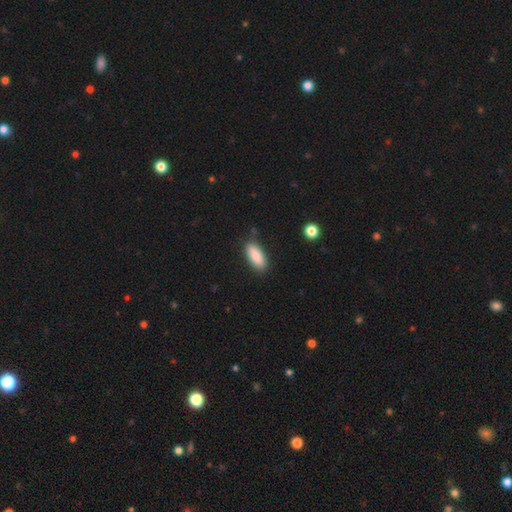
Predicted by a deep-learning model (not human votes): smooth_or_featured: smooth (p=0.88) [alt: star or artifact p=0.06]
how_rounded: in between (p=0.79) [alt: cigar-shaped p=0.19]
merging: none (p=0.83) [alt: minor disturbance p=0.12]